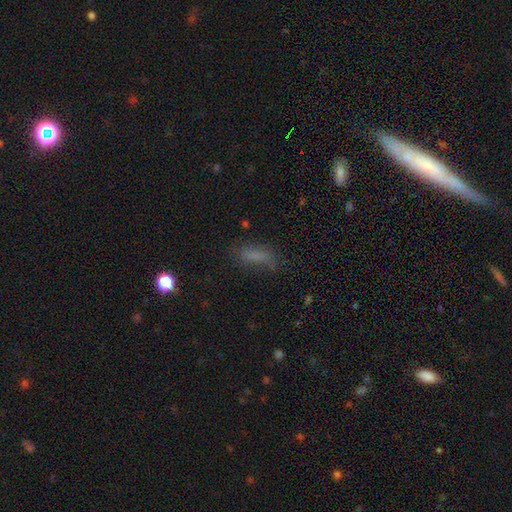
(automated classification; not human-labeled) Smooth or featured? smooth (68%)
How rounded? in between (50%)
Merging? none (61%)